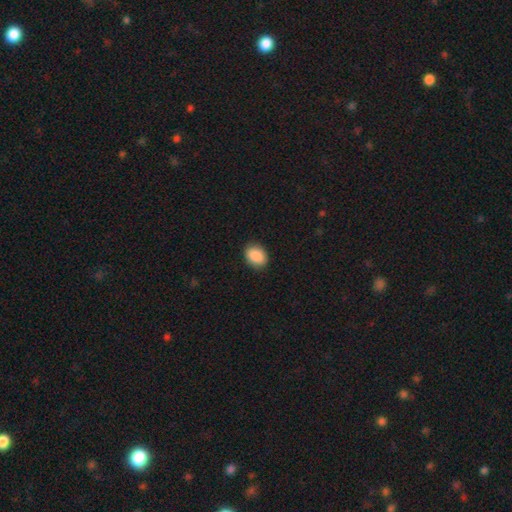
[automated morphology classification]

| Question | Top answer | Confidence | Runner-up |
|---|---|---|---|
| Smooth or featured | smooth | 90% | star or artifact (7%) |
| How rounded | in between | 66% | round (33%) |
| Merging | none | 89% | minor disturbance (8%) |